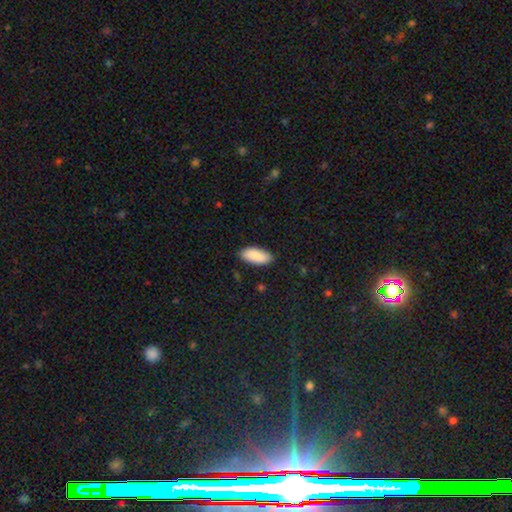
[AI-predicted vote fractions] A smooth galaxy with no disk features (90%) that is in between round and cigar-shaped (88%).

Vote fractions:
- Smooth or featured? smooth: 90% / star or artifact: 6% / featured or disk: 4%
- How rounded? in between: 88% / cigar-shaped: 11% / round: 2%
- Merging? none: 87% / minor disturbance: 10% / major disturbance: 2% / merger: 1%